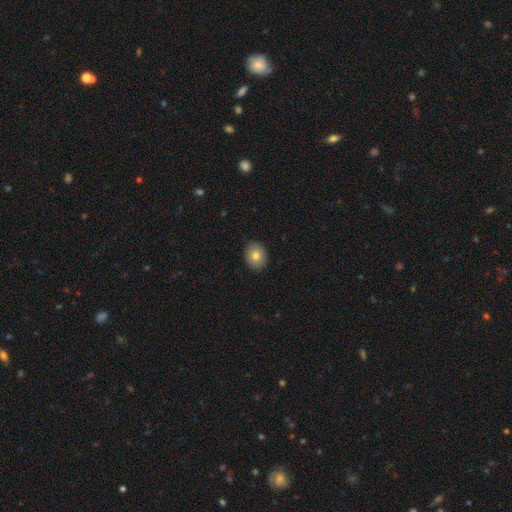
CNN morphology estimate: A smooth galaxy with no disk features (78%) that is round (57%).

Vote fractions:
- Smooth or featured? smooth: 78% / featured or disk: 13% / star or artifact: 9%
- How rounded? round: 57% / in between: 42% / cigar-shaped: 1%
- Merging? none: 89% / minor disturbance: 8% / major disturbance: 2% / merger: 1%